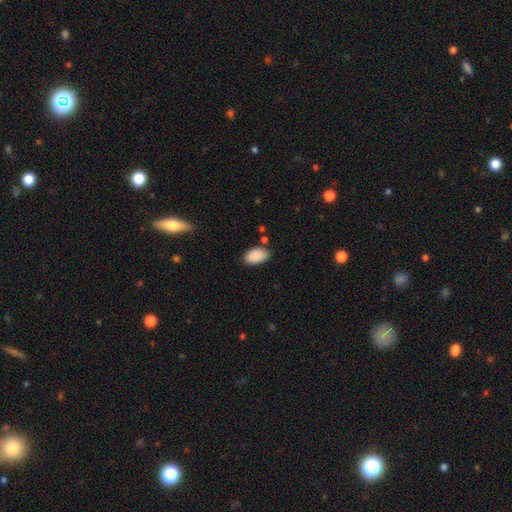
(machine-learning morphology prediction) type=smooth (90%); roundness=in between (94%); merging=none (78%).